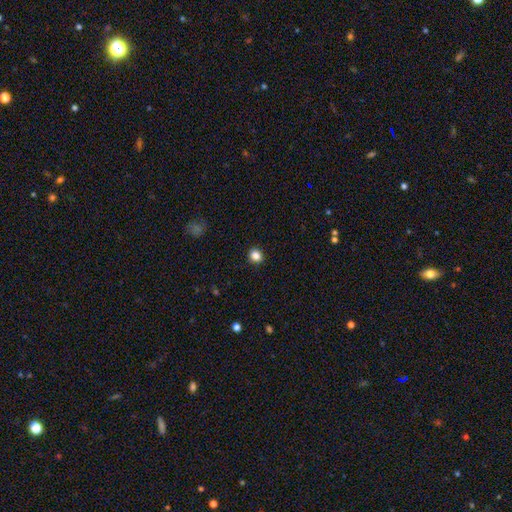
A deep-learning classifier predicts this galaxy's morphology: Smooth or featured? Predicted: smooth (p=0.85). How rounded? Predicted: round (p=0.76). Merging? Predicted: none (p=0.90).